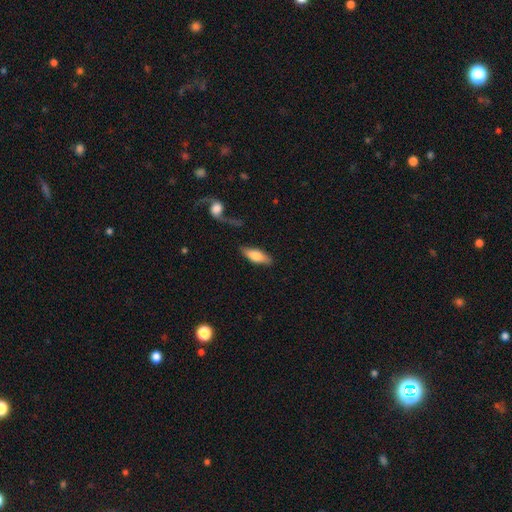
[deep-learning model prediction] smooth_or_featured: smooth (p=0.66) [alt: featured or disk p=0.28]
how_rounded: in between (p=0.64) [alt: cigar-shaped p=0.34]
merging: none (p=0.78) [alt: minor disturbance p=0.14]